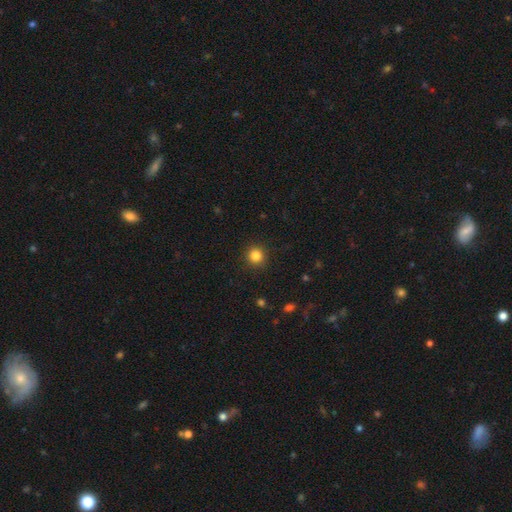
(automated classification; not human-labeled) The model was most divided on "smooth or featured": smooth: 84%, star or artifact: 12%, featured or disk: 4%. More confident: how rounded — round (93%); merging — none (91%).